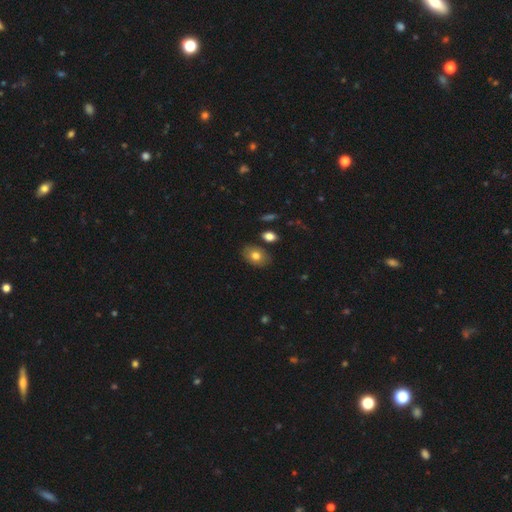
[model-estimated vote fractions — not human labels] smooth_or_featured: smooth (p=0.77) [alt: featured or disk p=0.14]
how_rounded: in between (p=0.79) [alt: round p=0.20]
merging: none (p=0.81) [alt: minor disturbance p=0.11]